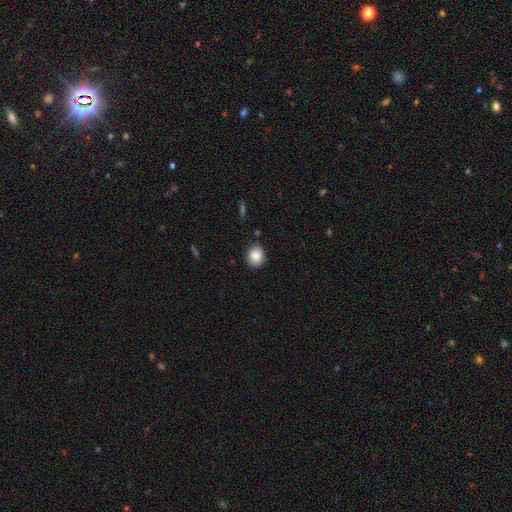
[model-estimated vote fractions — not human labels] This is clearly a smooth galaxy (86%). How rounded: likely round (61%). Merging: clearly none (85%).